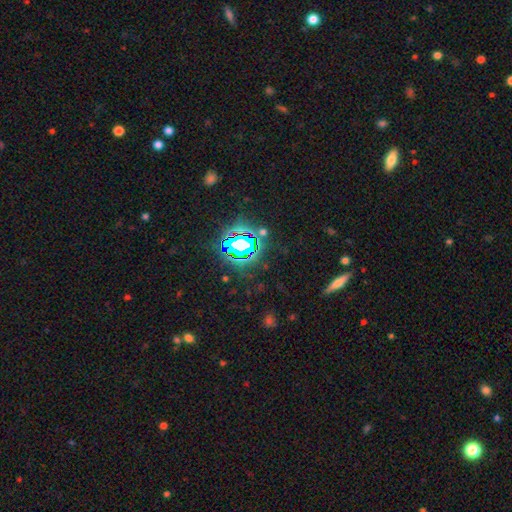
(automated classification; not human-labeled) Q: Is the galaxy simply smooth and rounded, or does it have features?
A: star or artifact — 80%.